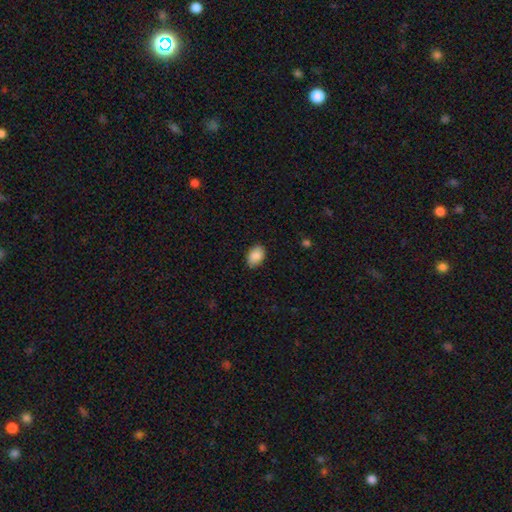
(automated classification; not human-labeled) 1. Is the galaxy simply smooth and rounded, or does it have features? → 90% smooth, 7% star or artifact, 4% featured or disk.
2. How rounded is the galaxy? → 87% in between, 12% round, 1% cigar-shaped.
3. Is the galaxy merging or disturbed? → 85% none, 12% minor disturbance, 2% major disturbance, 1% merger.